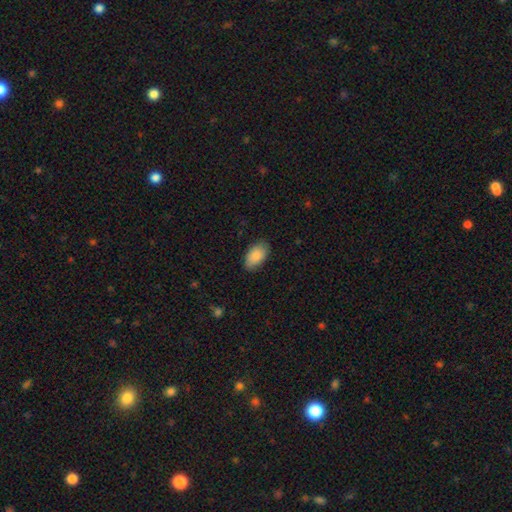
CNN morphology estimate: smooth-or-featured: smooth: 88% | featured or disk: 6% | star or artifact: 6%
  how-rounded: in between: 94% | round: 4% | cigar-shaped: 2%
  merging: none: 83% | minor disturbance: 13% | major disturbance: 3% | merger: 1%